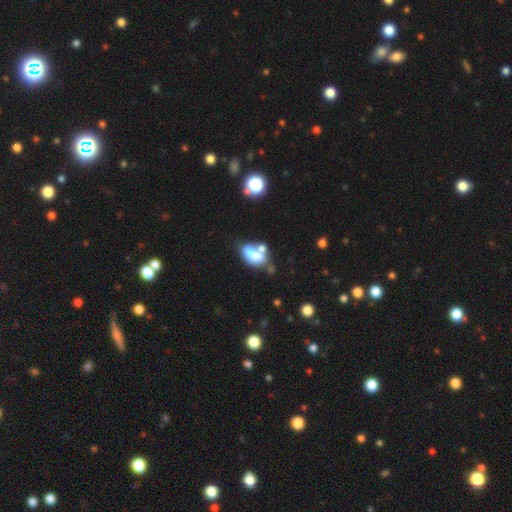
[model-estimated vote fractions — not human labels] The model was most divided on "smooth or featured": smooth: 59%, featured or disk: 30%, star or artifact: 11%. More confident: how rounded — in between (80%); merging — merger (56%).